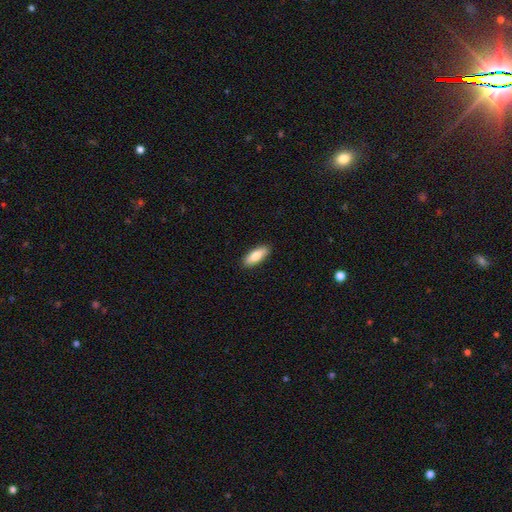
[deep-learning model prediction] Smooth or featured? smooth (81%)
How rounded? in between (70%)
Merging? none (90%)